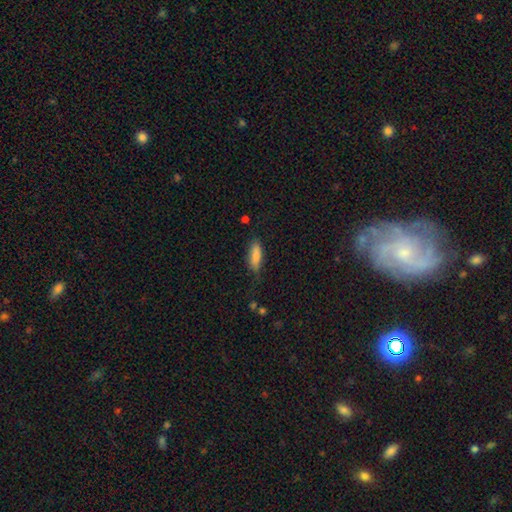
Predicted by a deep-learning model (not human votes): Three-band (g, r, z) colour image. It shows a smooth galaxy with no disk features (82%) that is in between round and cigar-shaped (55%). Merging: none (71%).